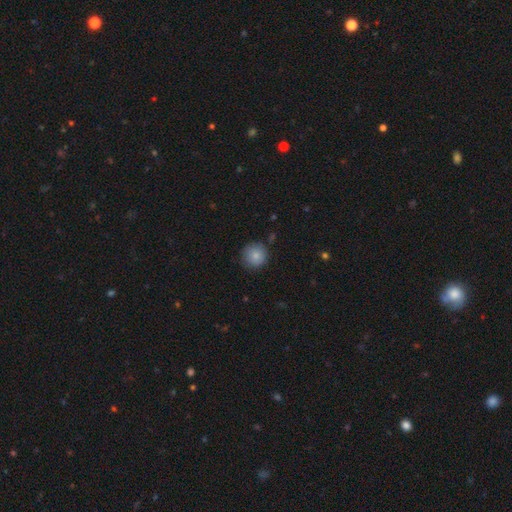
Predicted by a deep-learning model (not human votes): Smooth or featured?
  - smooth: 85% *
  - star or artifact: 8%
  - featured or disk: 7%
How rounded?
  - round: 94% *
  - in between: 5%
  - cigar-shaped: 1%
Merging?
  - none: 83% *
  - minor disturbance: 13%
  - major disturbance: 3%
  - merger: 2%